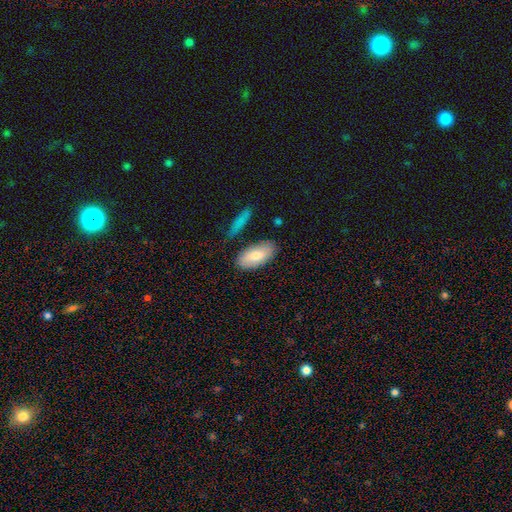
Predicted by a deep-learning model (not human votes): A smooth galaxy with no disk features (74%) that is in between round and cigar-shaped (90%).

Vote fractions:
- Smooth or featured? smooth: 74% / featured or disk: 21% / star or artifact: 6%
- How rounded? in between: 90% / cigar-shaped: 7% / round: 2%
- Merging? none: 77% / minor disturbance: 15% / merger: 4% / major disturbance: 3%